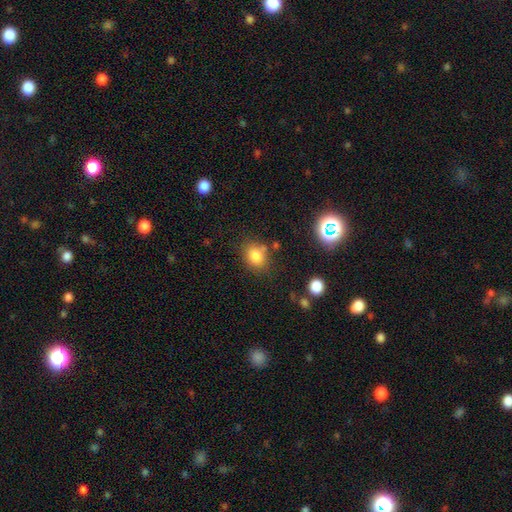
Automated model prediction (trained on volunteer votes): A smooth galaxy with no disk features (81%) that is round (50%).

Vote fractions:
- Smooth or featured? smooth: 81% / star or artifact: 12% / featured or disk: 7%
- How rounded? round: 50% / in between: 49% / cigar-shaped: 1%
- Merging? none: 71% / minor disturbance: 16% / merger: 8% / major disturbance: 5%